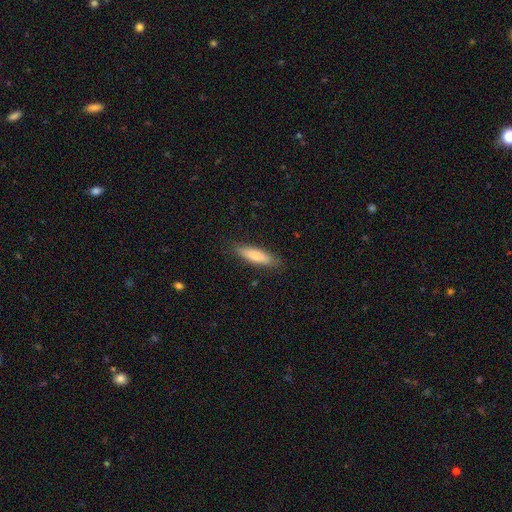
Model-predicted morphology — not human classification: smooth-or-featured: smooth: 80% | featured or disk: 15% | star or artifact: 6%
  how-rounded: cigar-shaped: 62% | in between: 36% | round: 2%
  merging: none: 85% | minor disturbance: 11% | major disturbance: 2% | merger: 1%